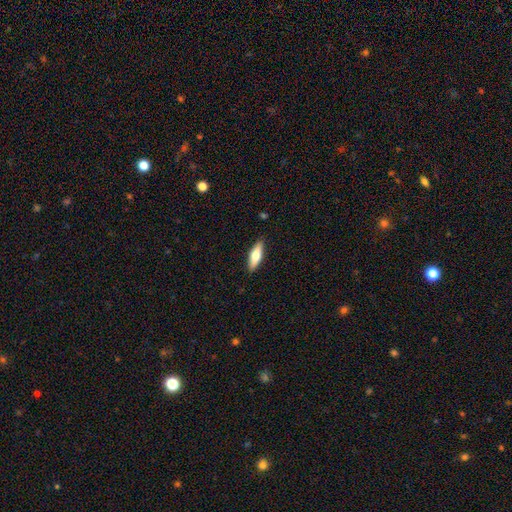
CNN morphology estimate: Q: Smooth or featured?
A: smooth (63%); runner-up: featured or disk (32%)
Q: How rounded?
A: in between (52%); runner-up: cigar-shaped (46%)
Q: Merging?
A: none (88%); runner-up: minor disturbance (9%)